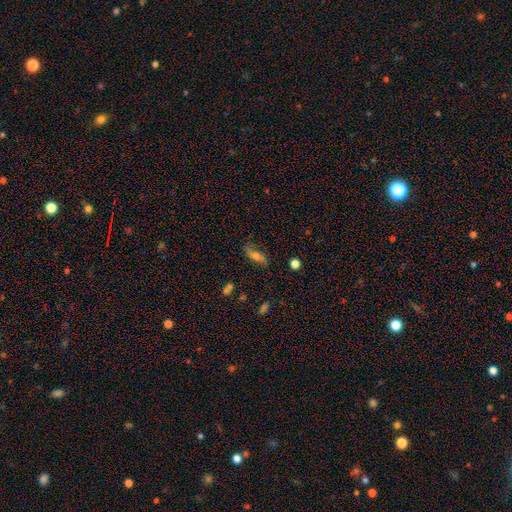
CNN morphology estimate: featured or disk 50%, smooth 40%, star or artifact 10%. Down the decision tree: merging — none (67%).